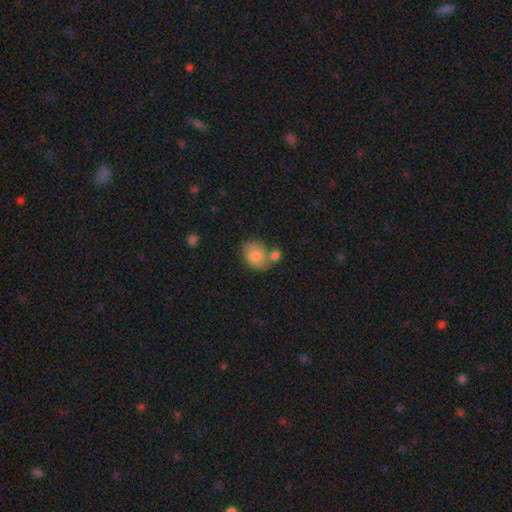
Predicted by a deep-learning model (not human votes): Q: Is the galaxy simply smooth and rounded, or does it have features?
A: smooth — 80%.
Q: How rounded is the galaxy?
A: round — 52%.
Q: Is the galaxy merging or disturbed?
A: none — 45%.